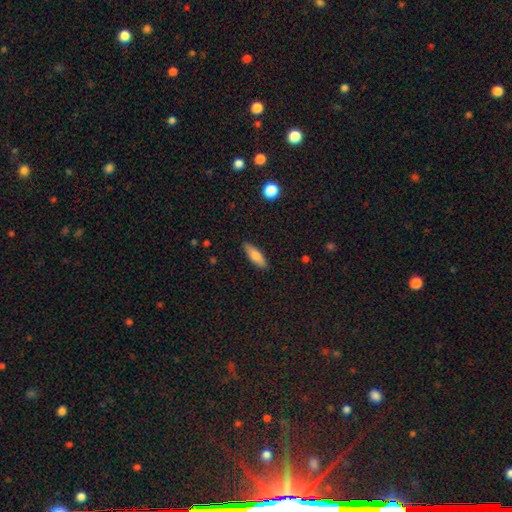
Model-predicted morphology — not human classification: smooth-or-featured: smooth: 77% | featured or disk: 16% | star or artifact: 6%
  how-rounded: in between: 50% | cigar-shaped: 48% | round: 2%
  merging: none: 88% | minor disturbance: 9% | major disturbance: 2% | merger: 1%